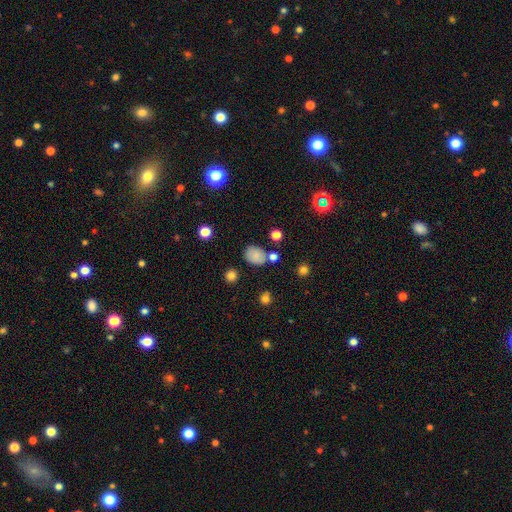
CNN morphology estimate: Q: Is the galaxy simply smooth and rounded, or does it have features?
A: smooth — 78%.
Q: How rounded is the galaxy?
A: in between — 54%.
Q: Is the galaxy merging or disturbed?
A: none — 70%.